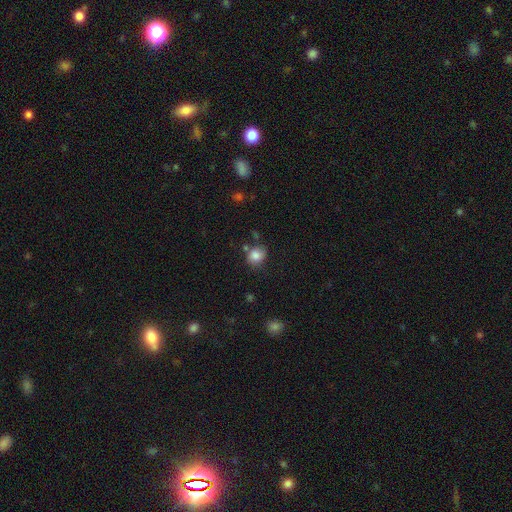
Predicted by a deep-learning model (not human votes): Overall: smooth (81%). How rounded: round (66%; in between 33%). Merging: none (64%).